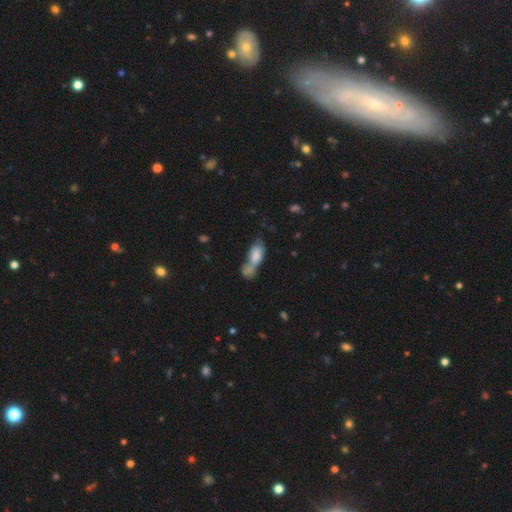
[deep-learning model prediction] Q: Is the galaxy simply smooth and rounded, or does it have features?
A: smooth — 74%.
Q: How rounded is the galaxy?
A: in between — 77%.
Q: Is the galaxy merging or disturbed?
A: merger — 54%.